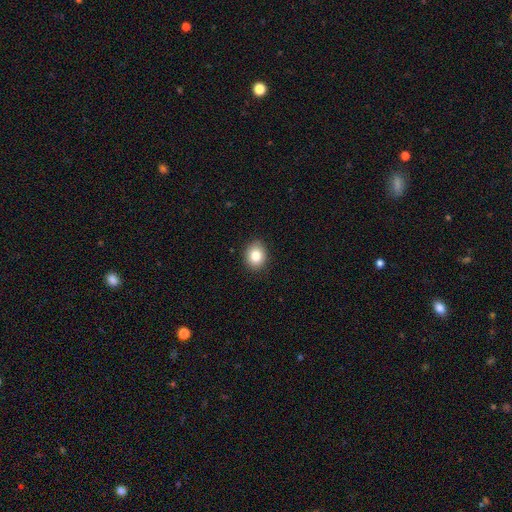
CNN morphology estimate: This is clearly a smooth galaxy (83%). How rounded: likely round (61%). Merging: clearly none (89%).